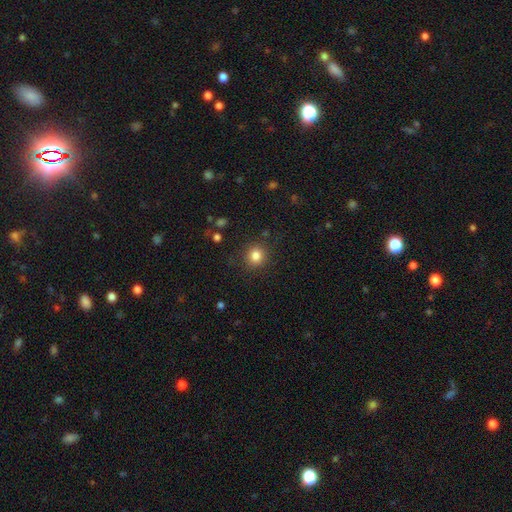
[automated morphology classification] smooth 83%, star or artifact 12%, featured or disk 6%. Down the decision tree: how rounded — round (89%); merging — none (86%).